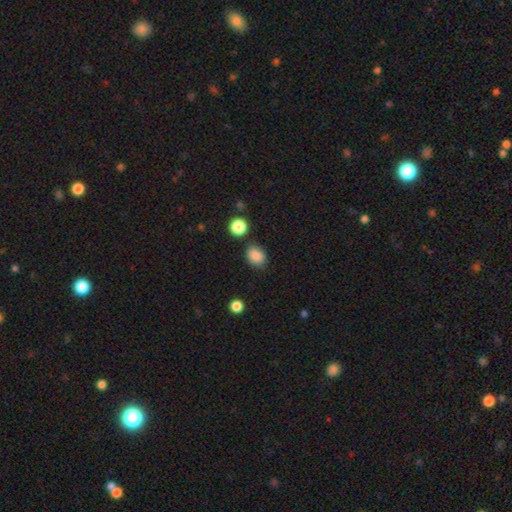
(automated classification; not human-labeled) smooth 86%, star or artifact 10%, featured or disk 4%. Down the decision tree: how rounded — in between (55%); merging — none (80%).